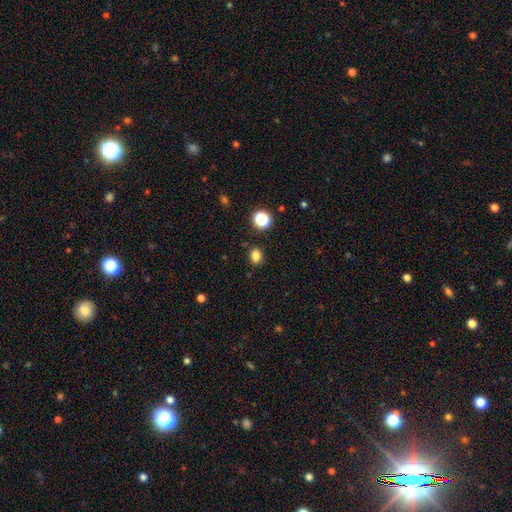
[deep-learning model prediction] A smooth galaxy with no disk features (81%) that is in between round and cigar-shaped (50%).

Vote fractions:
- Smooth or featured? smooth: 81% / star or artifact: 14% / featured or disk: 5%
- How rounded? in between: 50% / round: 49% / cigar-shaped: 1%
- Merging? none: 86% / minor disturbance: 9% / major disturbance: 3% / merger: 3%